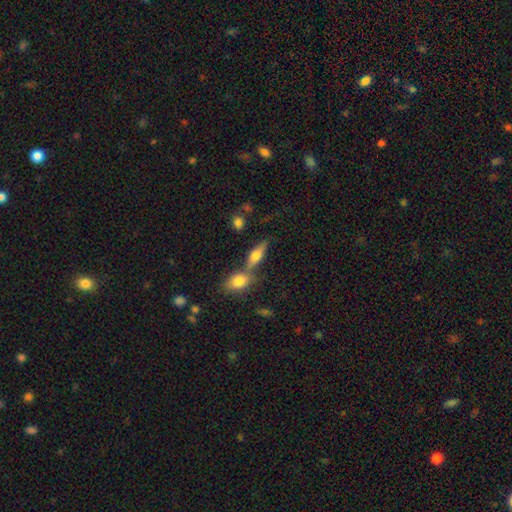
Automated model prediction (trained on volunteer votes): smooth 58%, featured or disk 33%, star or artifact 8%. Down the decision tree: how rounded — in between (58%); merging — none (54%).